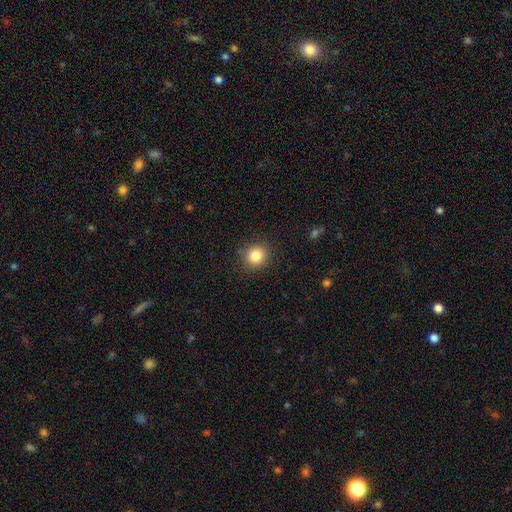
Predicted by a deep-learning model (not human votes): Morphology: type=smooth (84%); roundness=round (88%); merging=none (90%).